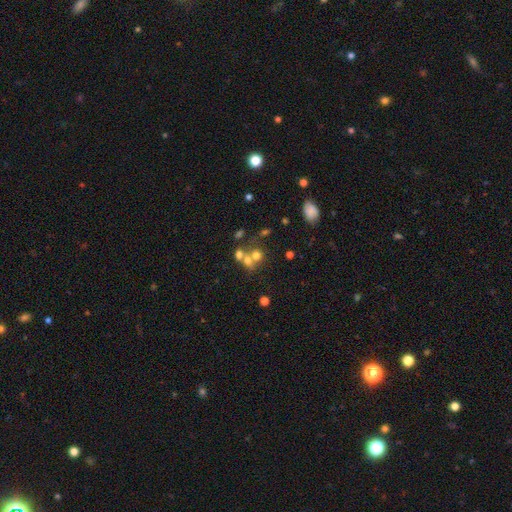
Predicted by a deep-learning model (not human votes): smooth-or-featured: smooth: 58% | featured or disk: 22% | star or artifact: 20%
  how-rounded: round: 77% | in between: 22% | cigar-shaped: 1%
  merging: merger: 52% | none: 35% | minor disturbance: 7% | major disturbance: 6%